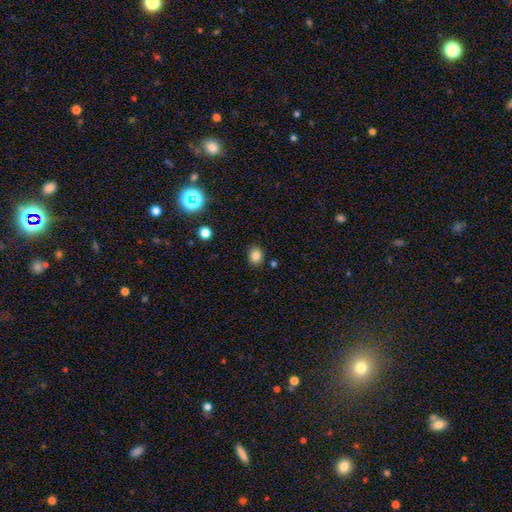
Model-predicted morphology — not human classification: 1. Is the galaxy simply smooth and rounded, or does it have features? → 84% smooth, 11% star or artifact, 5% featured or disk.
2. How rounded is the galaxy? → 55% round, 44% in between, 1% cigar-shaped.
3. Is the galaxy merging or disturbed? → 85% none, 9% minor disturbance, 3% merger, 2% major disturbance.